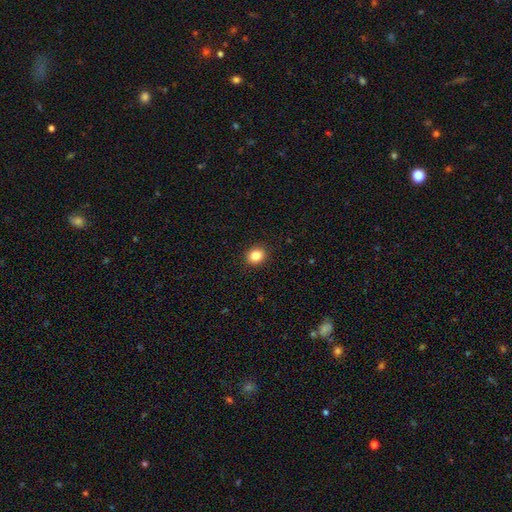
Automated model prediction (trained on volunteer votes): smooth_or_featured: smooth (p=0.86) [alt: star or artifact p=0.10]
how_rounded: round (p=0.62) [alt: in between p=0.37]
merging: none (p=0.91) [alt: minor disturbance p=0.06]